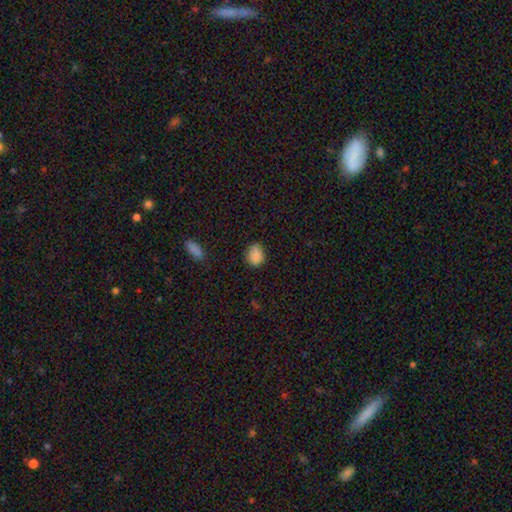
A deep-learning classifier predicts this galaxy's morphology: This appears to be a smooth galaxy with no disk features (86%) that is in between round and cigar-shaped (52%). Merging: none (75%).